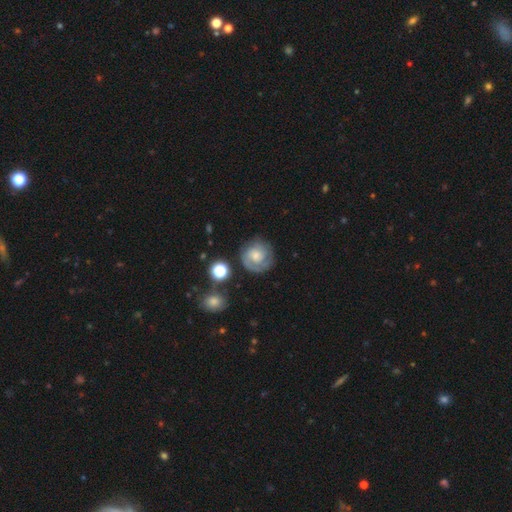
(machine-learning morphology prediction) smooth-or-featured: featured or disk: 63% | smooth: 30% | star or artifact: 7%
  disk-edge-on: no: 98% | yes: 2%
    bar: no: 72% | weak: 24% | strong: 4%
    has-spiral-arms: yes: 88% | no: 12%
      spiral-winding: tight: 63% | medium: 27% | loose: 10%
      spiral-arm-count: 2: 36% | 1: 34% | can't tell: 20% | 3: 6% | 4: 2% | more than 4: 2%
    bulge-size: moderate: 40% | small: 36% | none: 11% | large: 11% | dominant: 2%
  merging: none: 72% | minor disturbance: 16% | major disturbance: 9% | merger: 3%